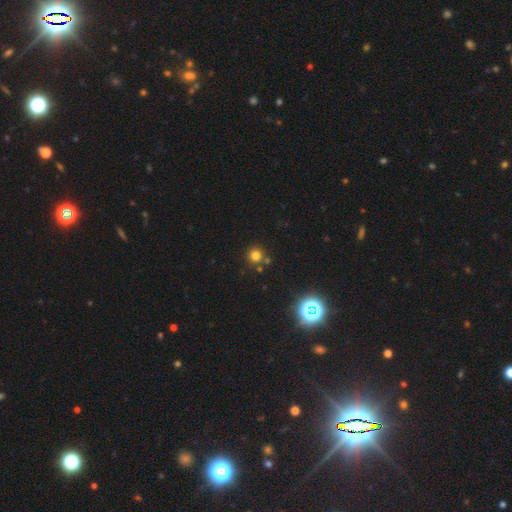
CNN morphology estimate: Smooth or featured? smooth (74%)
How rounded? round (94%)
Merging? none (77%)